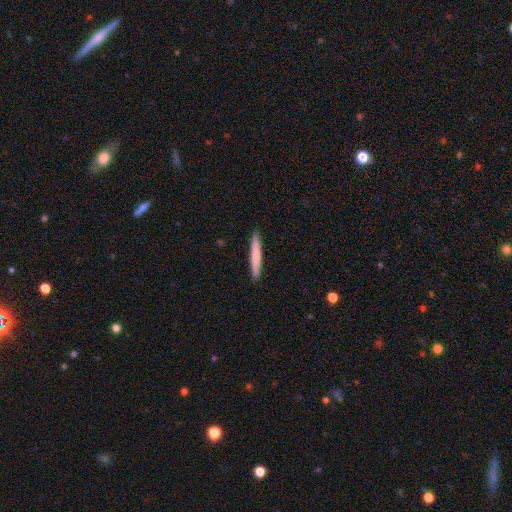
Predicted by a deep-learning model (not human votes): A smooth galaxy with no disk features (73%) that is cigar-shaped (96%). Merging: none (92%).